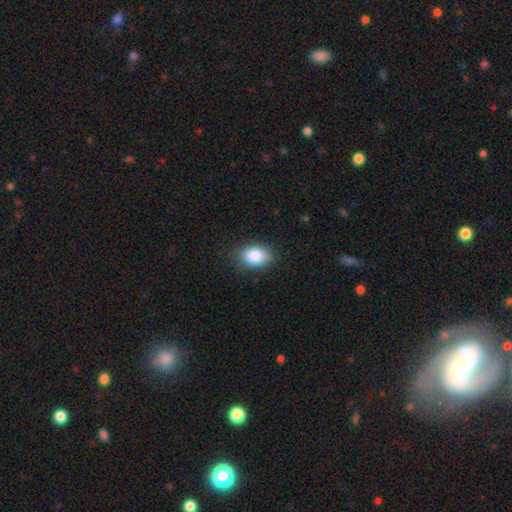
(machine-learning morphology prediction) Smooth or featured? smooth (86%)
How rounded? in between (84%)
Merging? none (83%)